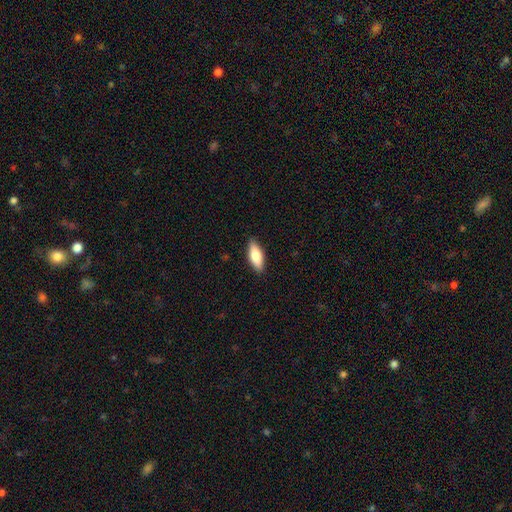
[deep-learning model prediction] Overall: smooth (77%). How rounded: in between (68%; cigar-shaped 30%). Merging: none (88%).